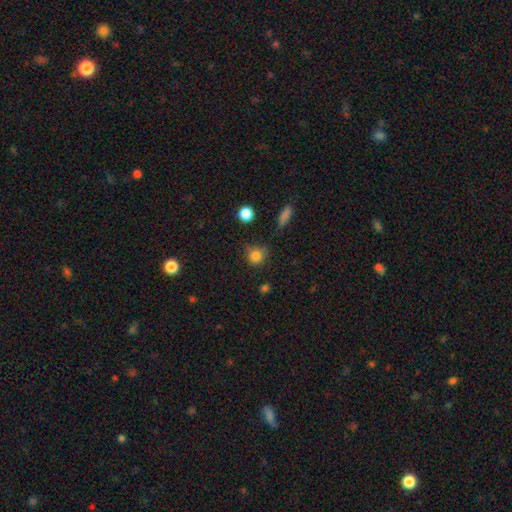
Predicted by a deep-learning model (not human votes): smooth_or_featured: smooth (p=0.81) [alt: star or artifact p=0.12]
how_rounded: round (p=0.86) [alt: in between p=0.13]
merging: none (p=0.70) [alt: minor disturbance p=0.20]